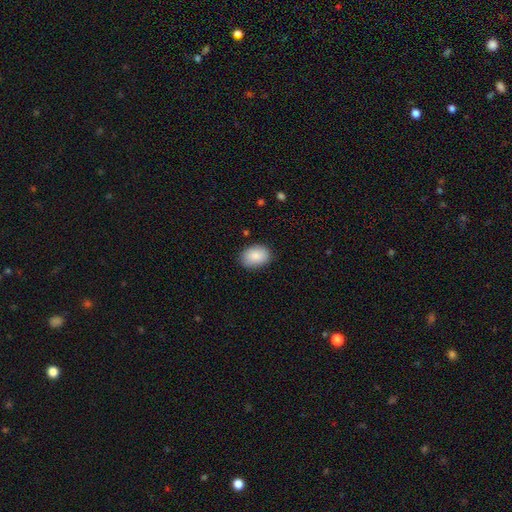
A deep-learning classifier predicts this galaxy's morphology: smooth 89%, star or artifact 7%, featured or disk 5%. Down the decision tree: how rounded — in between (79%); merging — none (85%).